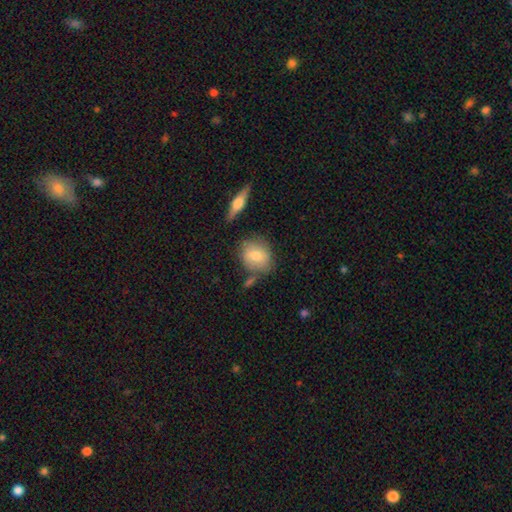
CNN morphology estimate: Smooth or featured? Predicted: smooth (p=0.73). How rounded? Predicted: round (p=0.54). Merging? Predicted: none (p=0.68).